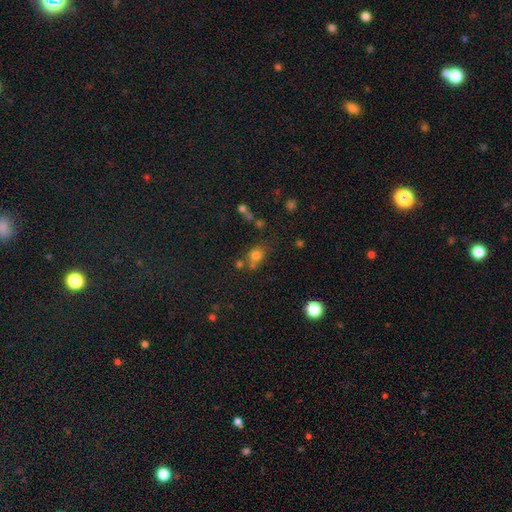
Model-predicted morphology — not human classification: The model was most divided on "how rounded": round: 66%, in between: 33%, cigar-shaped: 1%. More confident: smooth or featured — smooth (74%); merging — none (59%).